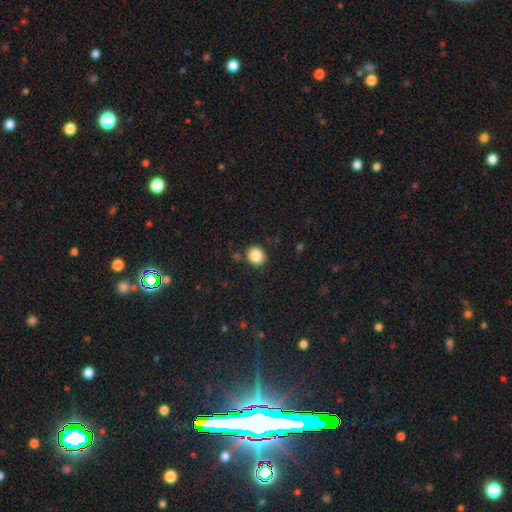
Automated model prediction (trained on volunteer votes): A smooth galaxy with no disk features (86%) that is round (75%). Merging: none (86%).